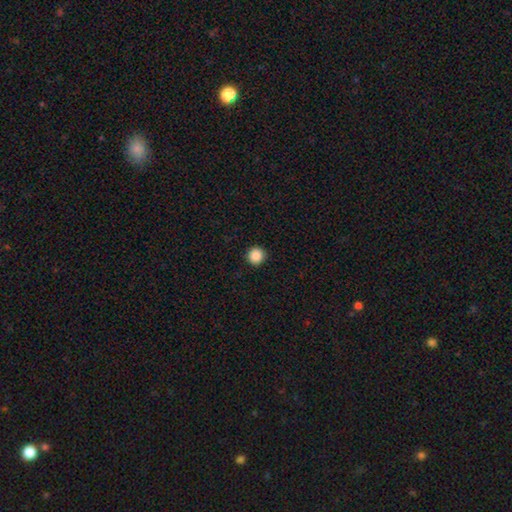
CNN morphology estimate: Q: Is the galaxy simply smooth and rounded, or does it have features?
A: smooth — 88%.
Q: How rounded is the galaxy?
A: round — 95%.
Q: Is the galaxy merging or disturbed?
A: none — 93%.